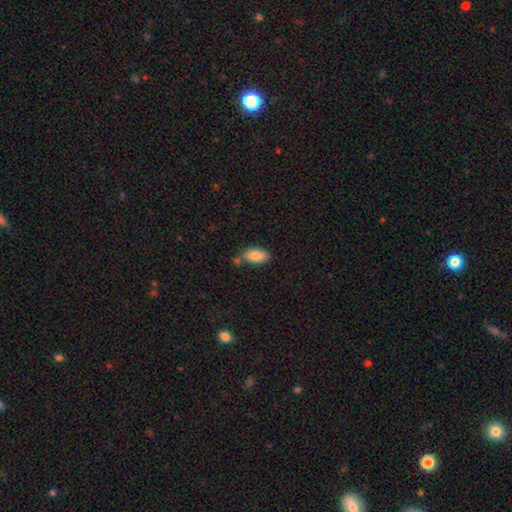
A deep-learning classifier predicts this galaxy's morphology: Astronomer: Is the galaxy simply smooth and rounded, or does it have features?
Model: smooth — 85%.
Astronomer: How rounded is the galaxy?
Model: in between — 94%.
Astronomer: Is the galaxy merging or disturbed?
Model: none — 67%.